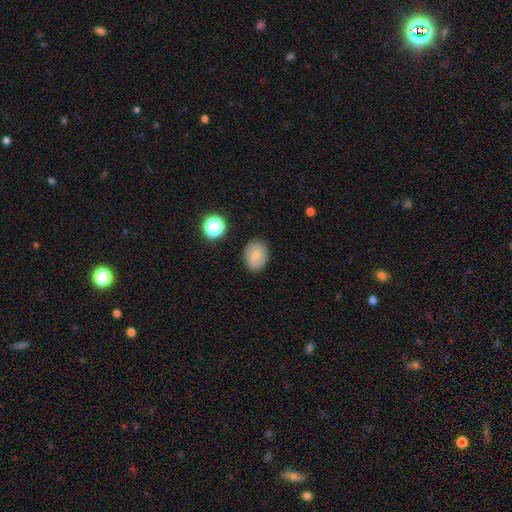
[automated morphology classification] Overall: smooth (75%). How rounded: in between (62%; round 37%). Merging: none (84%).